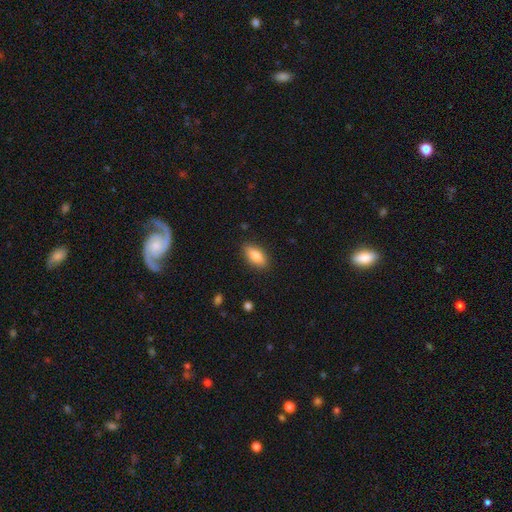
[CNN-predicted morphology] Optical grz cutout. It shows a smooth galaxy with no disk features (83%) that is in between round and cigar-shaped (85%). Merging: none (87%).